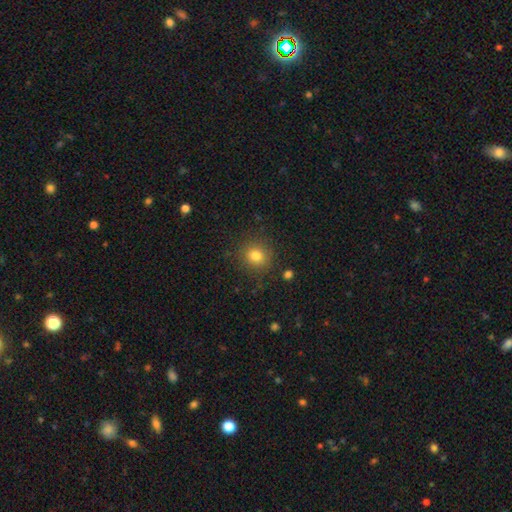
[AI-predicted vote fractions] smooth-or-featured: smooth: 80% | star or artifact: 13% | featured or disk: 7%
  how-rounded: round: 81% | in between: 18% | cigar-shaped: 1%
  merging: none: 86% | minor disturbance: 9% | major disturbance: 3% | merger: 2%